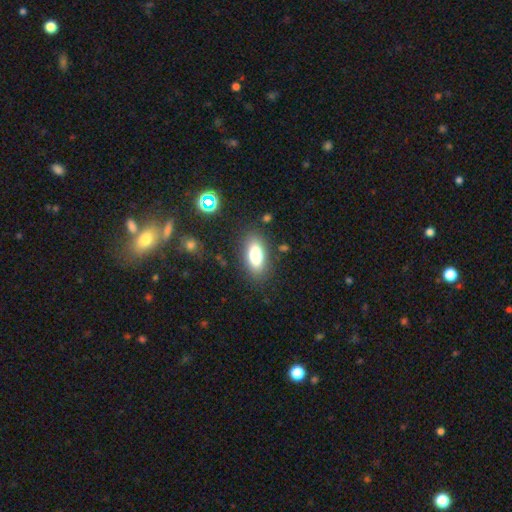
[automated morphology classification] Smooth or featured?
  - smooth: 77% *
  - featured or disk: 13%
  - star or artifact: 9%
How rounded?
  - in between: 85% *
  - cigar-shaped: 11%
  - round: 4%
Merging?
  - none: 84% *
  - minor disturbance: 11%
  - major disturbance: 3%
  - merger: 2%